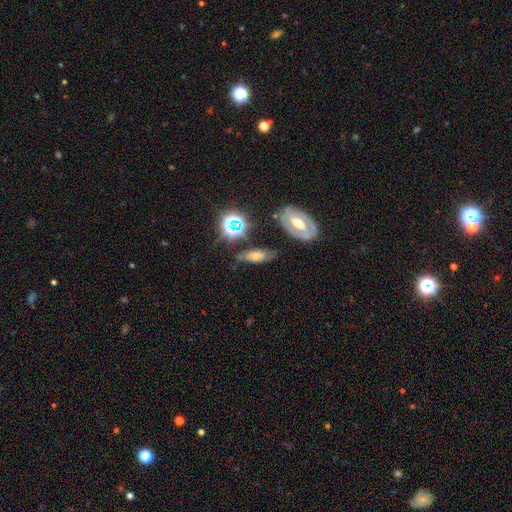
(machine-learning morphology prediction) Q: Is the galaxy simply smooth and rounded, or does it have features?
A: featured or disk — 38%.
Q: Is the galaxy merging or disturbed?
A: none — 74%.